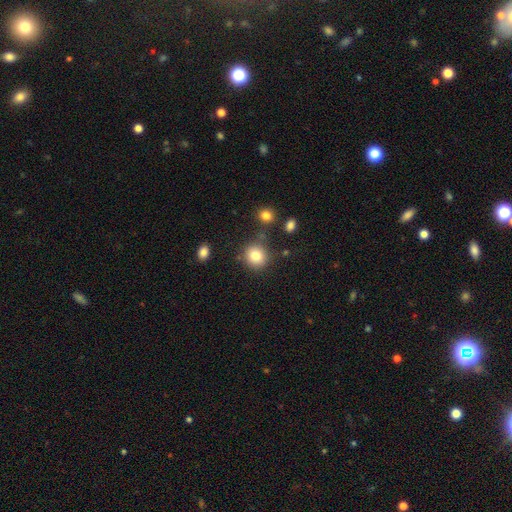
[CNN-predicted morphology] The model was most divided on "merging": none: 81%, minor disturbance: 10%, merger: 6%, major disturbance: 3%. More confident: how rounded — round (87%); smooth or featured — smooth (82%).